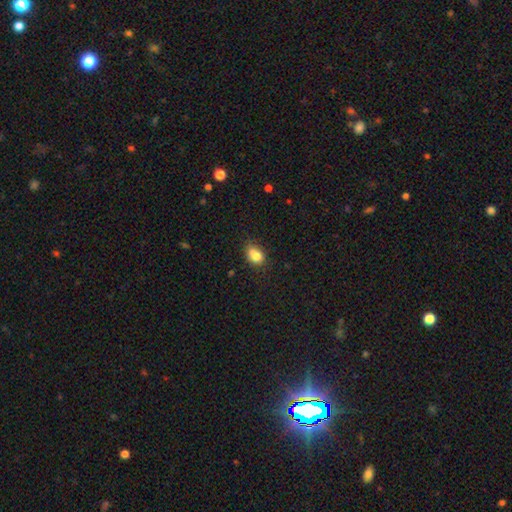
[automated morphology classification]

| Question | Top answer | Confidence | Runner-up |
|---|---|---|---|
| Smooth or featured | smooth | 83% | star or artifact (10%) |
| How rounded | in between | 74% | round (24%) |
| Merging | none | 64% | minor disturbance (27%) |